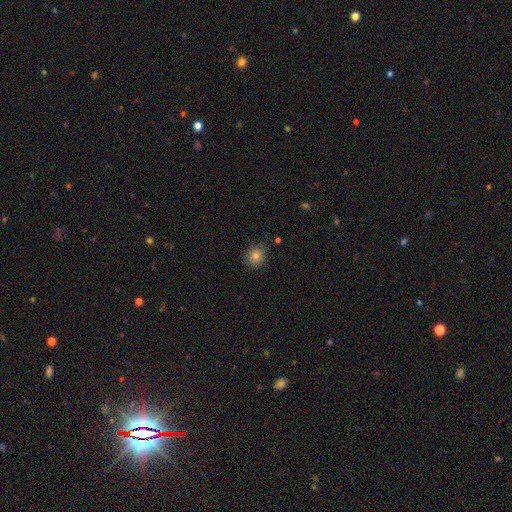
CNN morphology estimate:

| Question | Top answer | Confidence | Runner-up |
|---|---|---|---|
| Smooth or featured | smooth | 82% | star or artifact (12%) |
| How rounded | round | 74% | in between (25%) |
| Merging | none | 85% | minor disturbance (11%) |